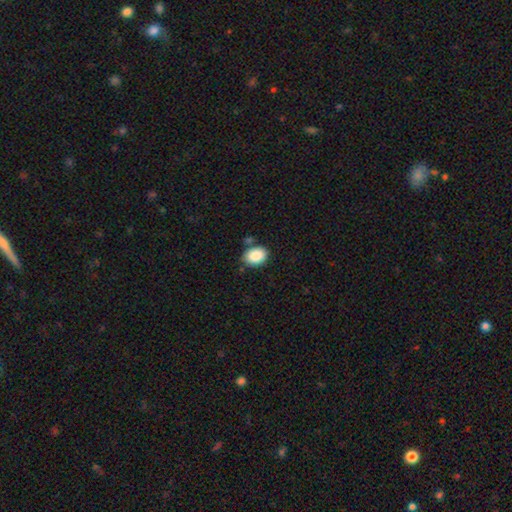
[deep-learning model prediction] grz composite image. It shows a smooth galaxy with no disk features (89%) that is in between round and cigar-shaped (71%). Merging: none (77%).